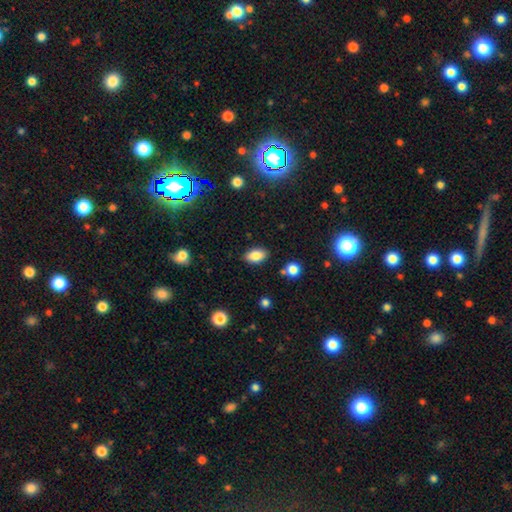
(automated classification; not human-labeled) A smooth galaxy with no disk features (85%) that is in between round and cigar-shaped (91%).

Vote fractions:
- Smooth or featured? smooth: 85% / star or artifact: 9% / featured or disk: 7%
- How rounded? in between: 91% / round: 7% / cigar-shaped: 2%
- Merging? none: 85% / minor disturbance: 10% / merger: 3% / major disturbance: 3%